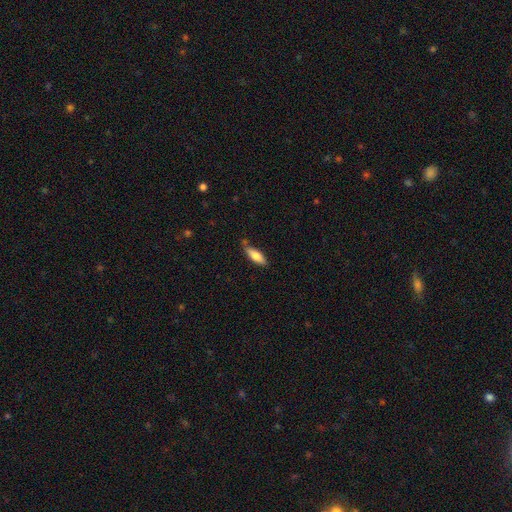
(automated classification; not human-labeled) Smooth or featured? Predicted: smooth (p=0.75). How rounded? Predicted: in between (p=0.56). Merging? Predicted: none (p=0.75).